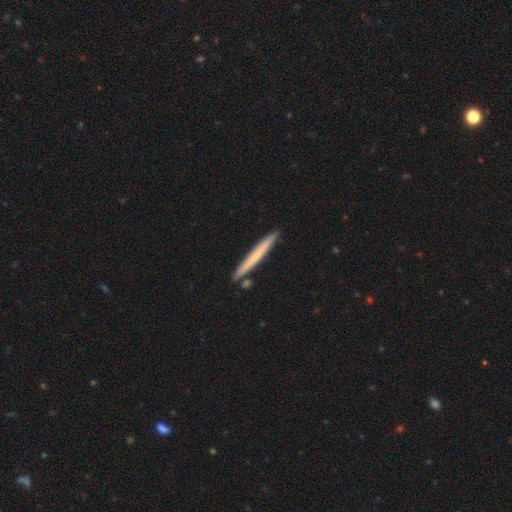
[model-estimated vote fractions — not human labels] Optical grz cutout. It shows a smooth galaxy with no disk features (60%) that is cigar-shaped (97%). Merging: none (86%).